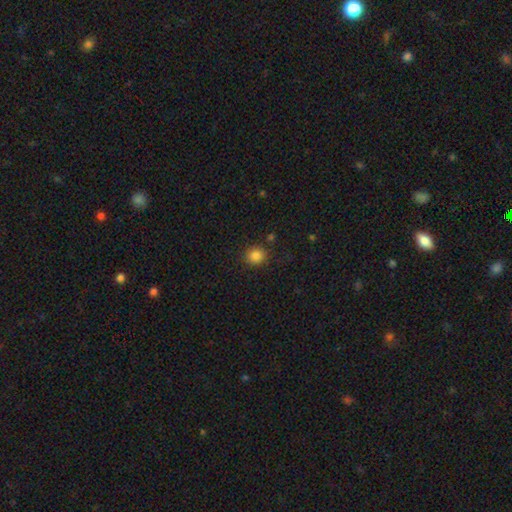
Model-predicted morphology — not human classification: Smooth or featured?
  - smooth: 85% *
  - star or artifact: 11%
  - featured or disk: 4%
How rounded?
  - round: 82% *
  - in between: 17%
  - cigar-shaped: 1%
Merging?
  - none: 86% *
  - minor disturbance: 9%
  - major disturbance: 3%
  - merger: 3%